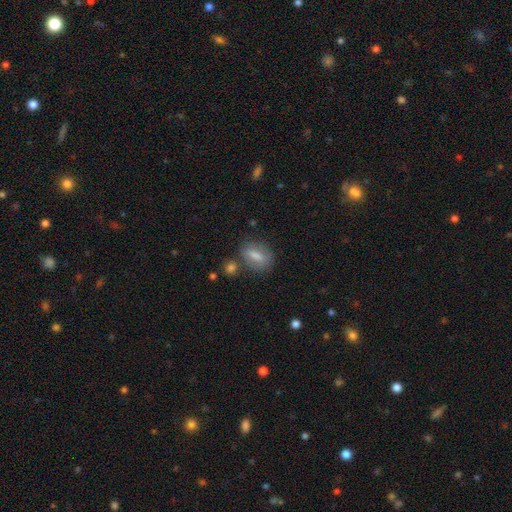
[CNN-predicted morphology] Smooth or featured? smooth (74%)
How rounded? in between (73%)
Merging? none (70%)